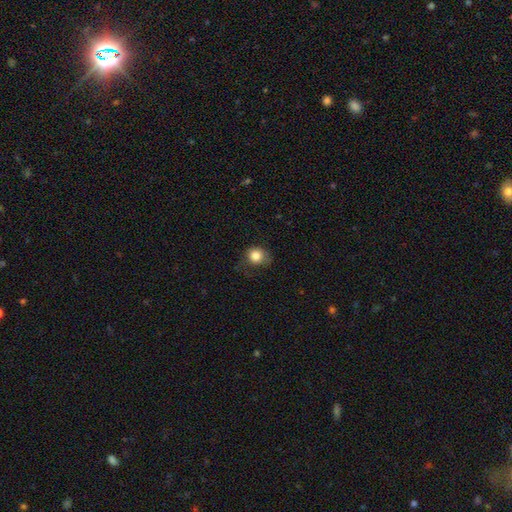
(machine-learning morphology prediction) A smooth galaxy with no disk features (83%) that is round (77%).

Vote fractions:
- Smooth or featured? smooth: 83% / star or artifact: 10% / featured or disk: 7%
- How rounded? round: 77% / in between: 22% / cigar-shaped: 1%
- Merging? none: 58% / minor disturbance: 28% / major disturbance: 12% / merger: 1%